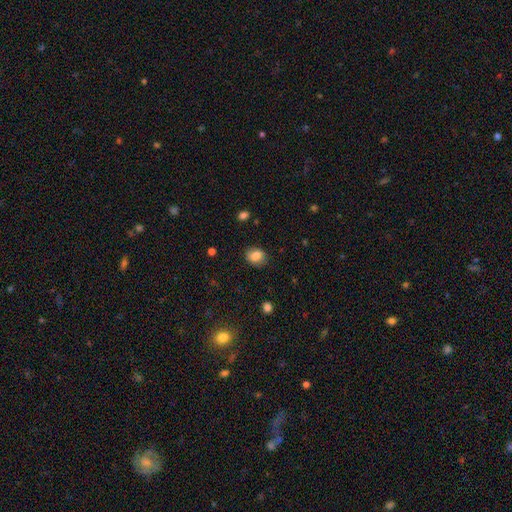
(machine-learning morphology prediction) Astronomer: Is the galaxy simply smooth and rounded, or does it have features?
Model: smooth — 84%.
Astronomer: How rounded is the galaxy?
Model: in between — 51% (runner-up: round, 48%).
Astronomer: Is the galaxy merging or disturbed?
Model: none — 83%.